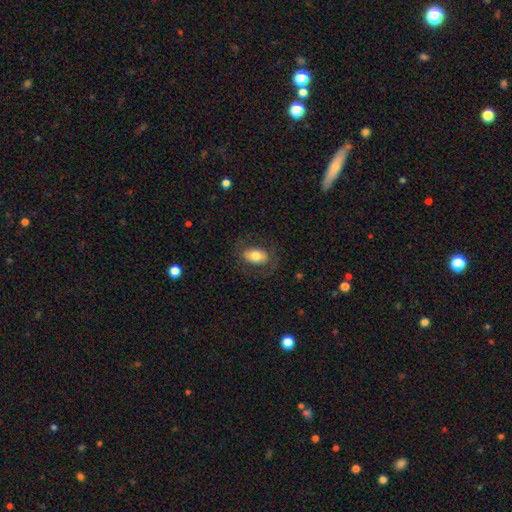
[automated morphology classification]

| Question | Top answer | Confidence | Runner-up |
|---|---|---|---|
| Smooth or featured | smooth | 71% | featured or disk (22%) |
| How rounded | in between | 88% | round (11%) |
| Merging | none | 76% | minor disturbance (15%) |